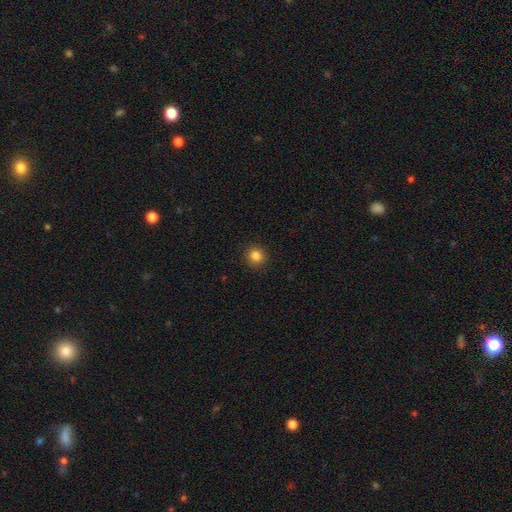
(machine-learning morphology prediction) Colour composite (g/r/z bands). It shows a smooth galaxy with no disk features (84%) that is round (92%). Merging: none (91%).